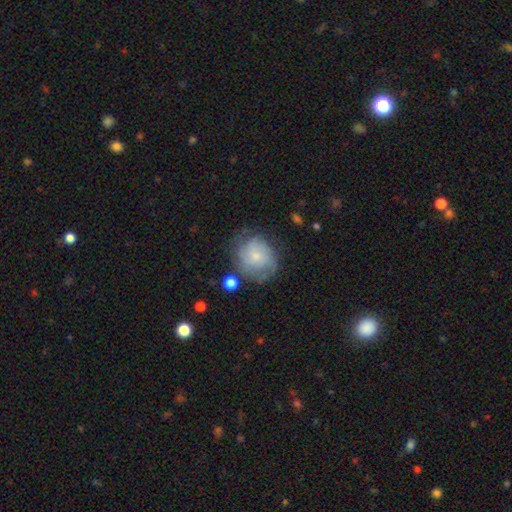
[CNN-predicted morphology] Smooth or featured?
  - featured or disk: 46% *
  - smooth: 45%
  - star or artifact: 8%
Merging?
  - none: 58% *
  - minor disturbance: 25%
  - major disturbance: 13%
  - merger: 4%